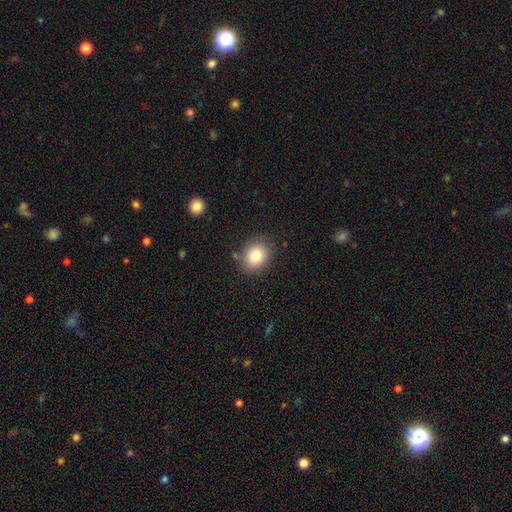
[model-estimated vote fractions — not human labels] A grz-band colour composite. It shows a smooth galaxy with no disk features (81%) that is round (59%). Merging: none (84%).